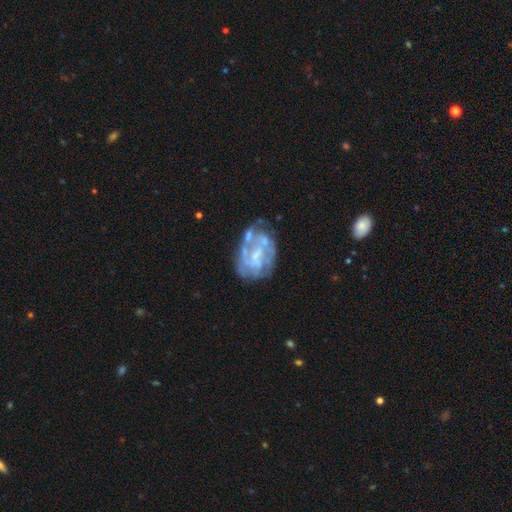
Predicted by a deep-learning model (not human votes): Morphology: type=featured or disk (79%); edge-on=no (98%); bar=no (47%); spiral arms=yes (63%); bulge=small (41%); merging=none (49%).